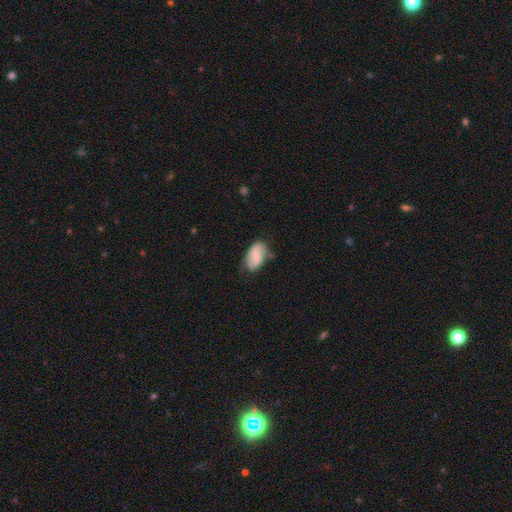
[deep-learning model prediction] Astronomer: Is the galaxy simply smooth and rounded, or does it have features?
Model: smooth — 70%.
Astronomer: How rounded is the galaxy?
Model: in between — 93%.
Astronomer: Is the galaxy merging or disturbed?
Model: none — 68%.